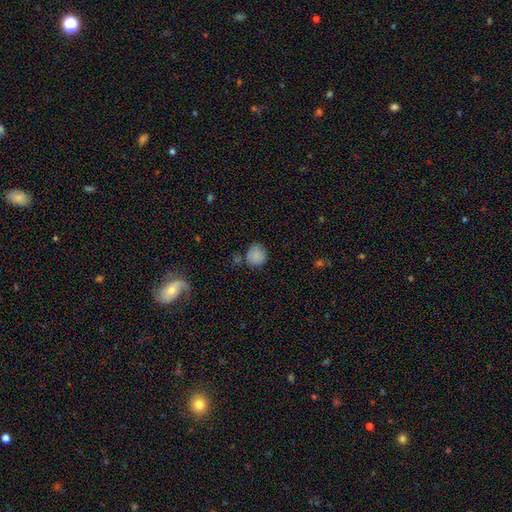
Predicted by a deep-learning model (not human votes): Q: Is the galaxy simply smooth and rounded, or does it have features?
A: smooth — 84%.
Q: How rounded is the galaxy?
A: round — 87%.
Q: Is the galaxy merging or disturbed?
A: none — 68%.